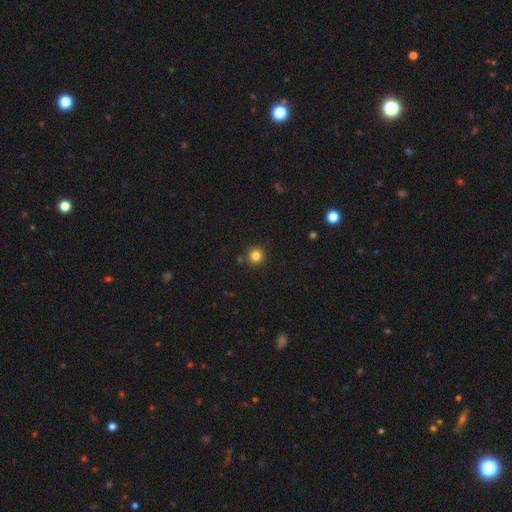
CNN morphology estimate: Overall: smooth (83%). How rounded: round (94%). Merging: none (89%).